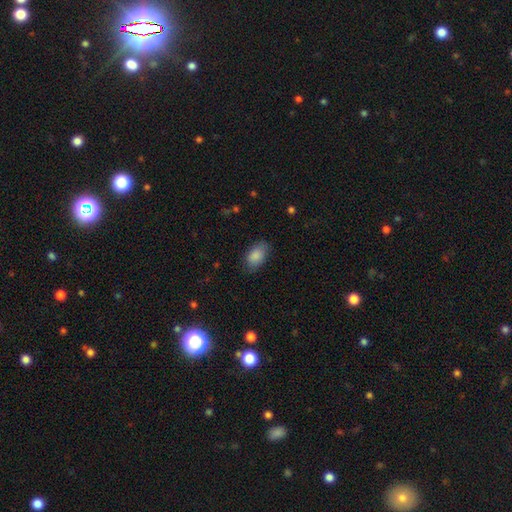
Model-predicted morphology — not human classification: This is clearly a smooth galaxy (88%). How rounded: clearly in between (92%). Merging: likely none (80%).